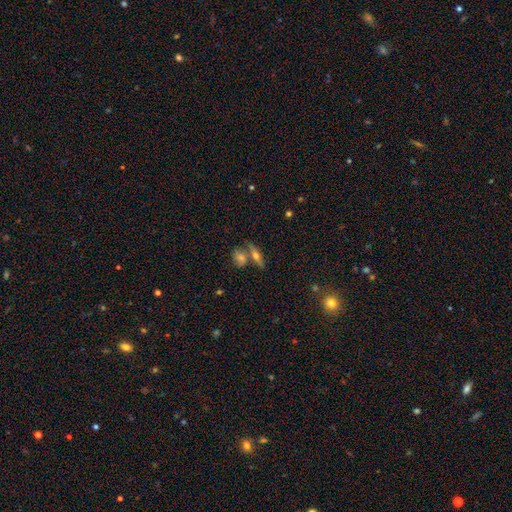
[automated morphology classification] A featured or disk galaxy (58%) viewed edge-on (91%) with a rounded central bulge (93%). Merging: none (65%).